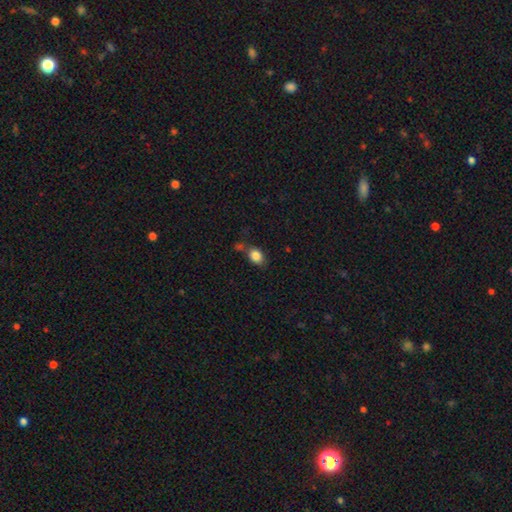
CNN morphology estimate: This is clearly a smooth galaxy (85%). How rounded: likely in between (64%). Merging: possibly none (59%).